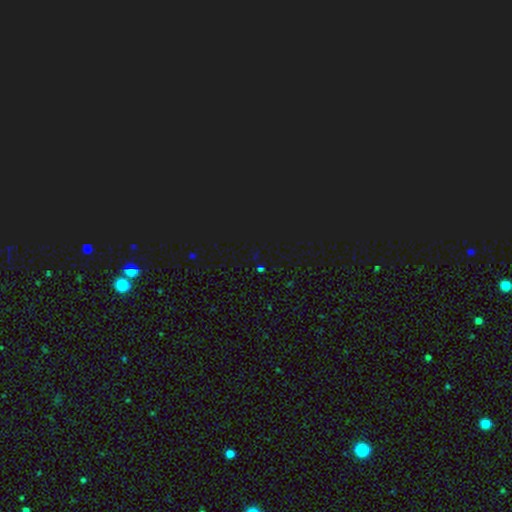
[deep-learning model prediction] smooth_or_featured: star or artifact (p=0.71) [alt: smooth p=0.23]